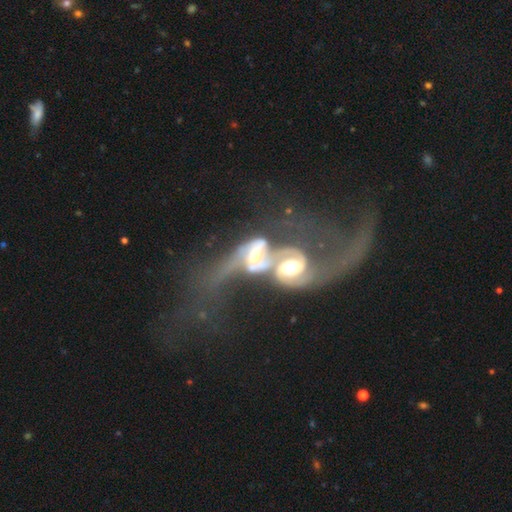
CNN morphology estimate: smooth-or-featured: featured or disk: 82% | smooth: 11% | star or artifact: 7%
  disk-edge-on: no: 93% | yes: 7%
    bar: no: 50% | weak: 30% | strong: 19%
    has-spiral-arms: yes: 87% | no: 13%
      spiral-winding: loose: 63% | medium: 24% | tight: 13%
      spiral-arm-count: 2: 63% | 1: 19% | can't tell: 13% | 3: 2% | more than 4: 1% | 4: 1%
    bulge-size: moderate: 59% | large: 23% | small: 12% | dominant: 3% | none: 2%
  merging: merger: 82% | major disturbance: 10% | none: 5% | minor disturbance: 3%